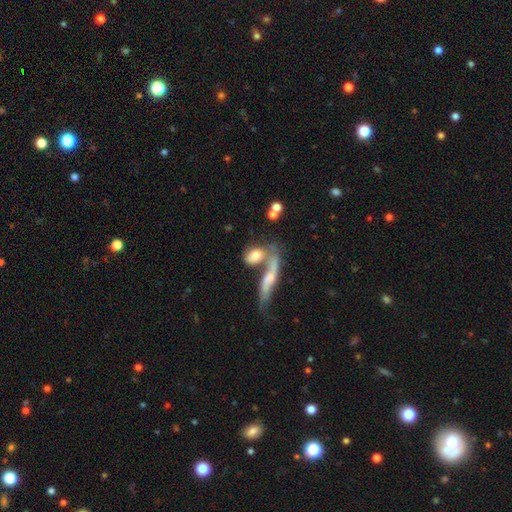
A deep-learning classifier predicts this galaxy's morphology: Smooth or featured? Predicted: smooth (p=0.64). How rounded? Predicted: in between (p=0.71). Merging? Predicted: merger (p=0.50).